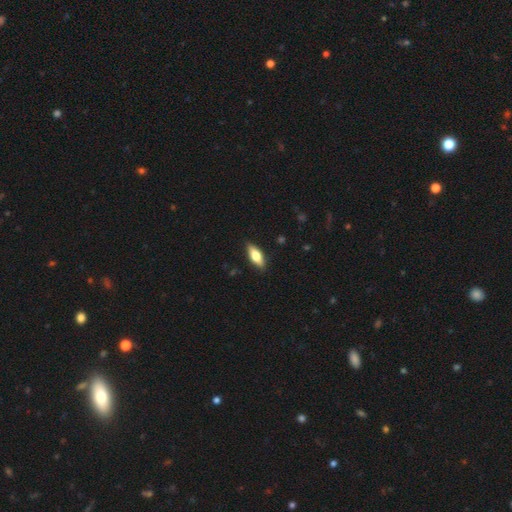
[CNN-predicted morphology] This appears to be a smooth galaxy with no disk features (61%) that is in between round and cigar-shaped (71%). Merging: none (88%).